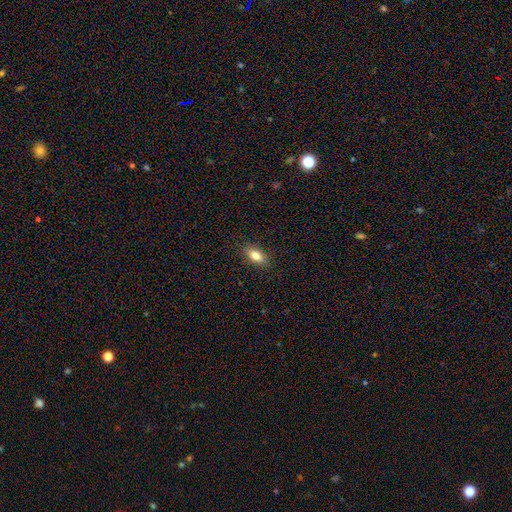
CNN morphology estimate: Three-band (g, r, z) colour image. It shows a smooth galaxy with no disk features (80%) that is in between round and cigar-shaped (85%). Merging: none (88%).